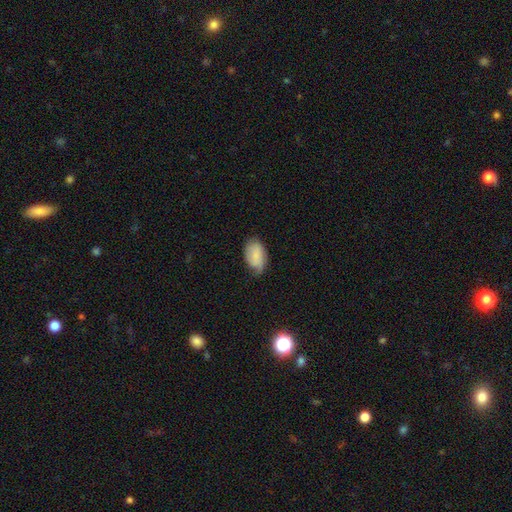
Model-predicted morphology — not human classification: type=smooth (75%); roundness=in between (91%); merging=none (55%).